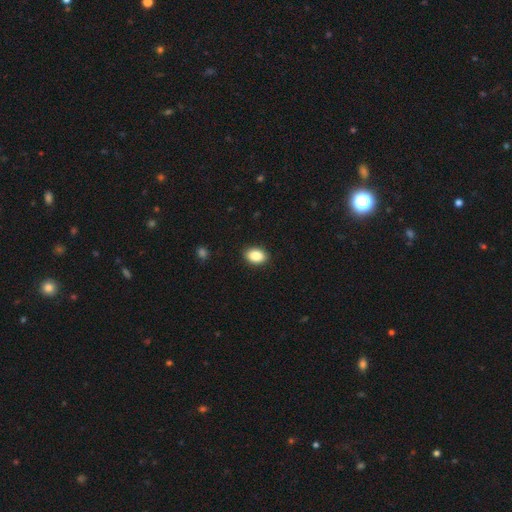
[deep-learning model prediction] Smooth or featured? Predicted: smooth (p=0.88). How rounded? Predicted: in between (p=0.83). Merging? Predicted: none (p=0.90).